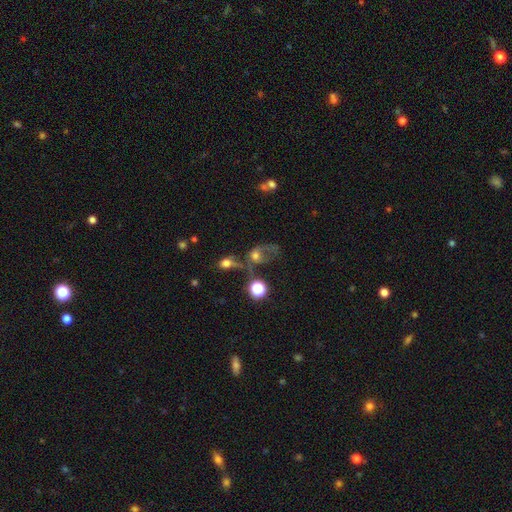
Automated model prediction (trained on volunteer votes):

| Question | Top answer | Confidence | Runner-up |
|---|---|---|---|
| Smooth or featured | smooth | 45% | featured or disk (35%) |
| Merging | merger | 36% | major disturbance (33%) |